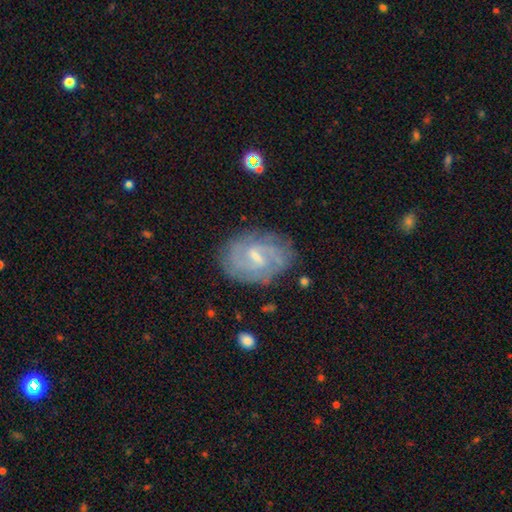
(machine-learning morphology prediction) The model was most divided on "spiral arm count": 2: 42%, can't tell: 31%, 3: 14%, 4: 6%, 1: 4%, more than 4: 4%. More confident: edge-on disk — no (97%); spiral arms — yes (92%); smooth or featured — featured or disk (80%); merging — none (76%); bar — weak (62%); bulge size — small (54%); spiral winding — tight (52%).